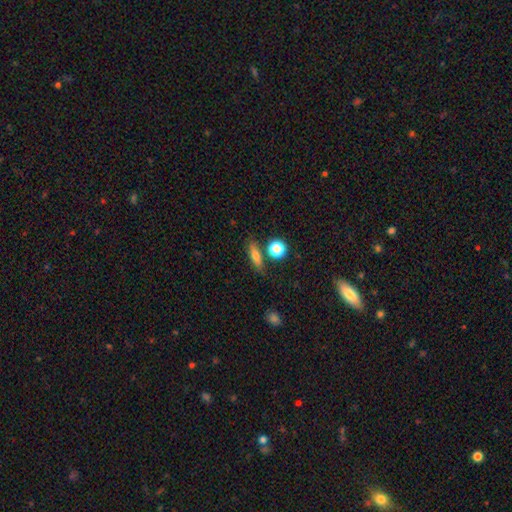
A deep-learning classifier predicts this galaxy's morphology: Overall: smooth (67%). How rounded: cigar-shaped (51%; in between 36%). Merging: none (76%).